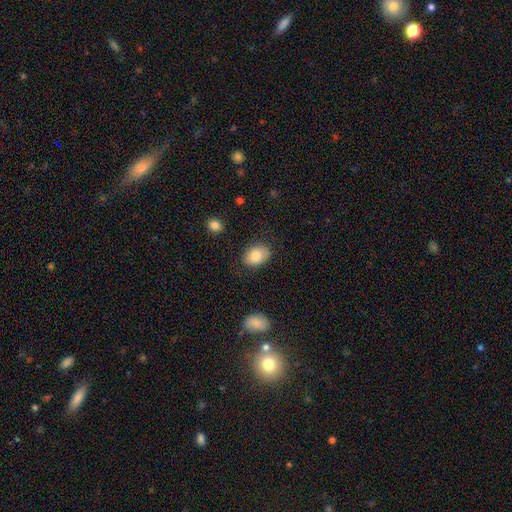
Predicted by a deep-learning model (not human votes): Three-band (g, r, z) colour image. It shows a smooth galaxy with no disk features (83%) that is in between round and cigar-shaped (76%). Merging: none (81%).